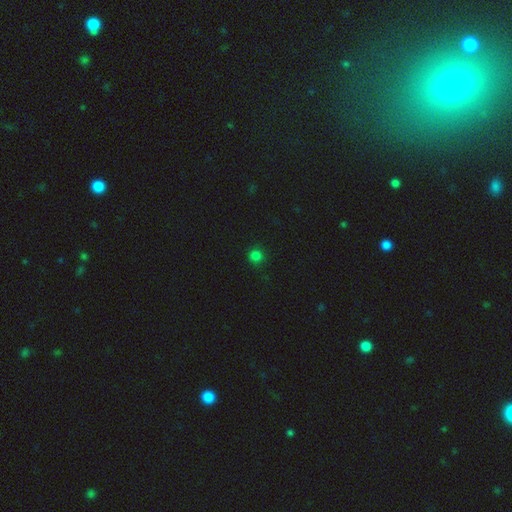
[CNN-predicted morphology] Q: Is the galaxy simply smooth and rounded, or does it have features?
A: smooth — 81%.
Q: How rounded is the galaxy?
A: round — 92%.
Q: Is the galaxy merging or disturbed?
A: none — 90%.